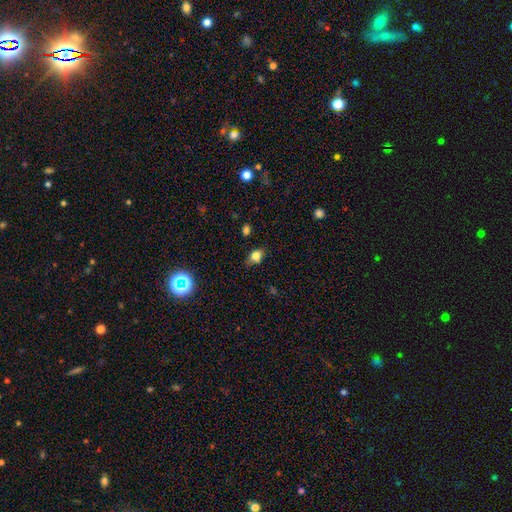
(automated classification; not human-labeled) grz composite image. It shows a smooth galaxy with no disk features (76%) that is in between round and cigar-shaped (70%). Merging: none (71%).